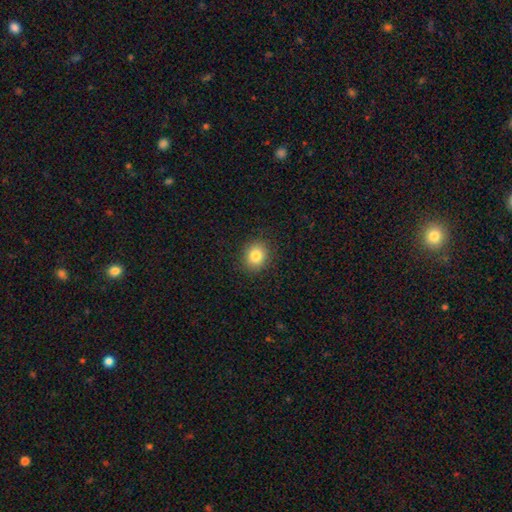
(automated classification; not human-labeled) This appears to be a smooth galaxy with no disk features (82%) that is round (71%). Merging: none (89%).